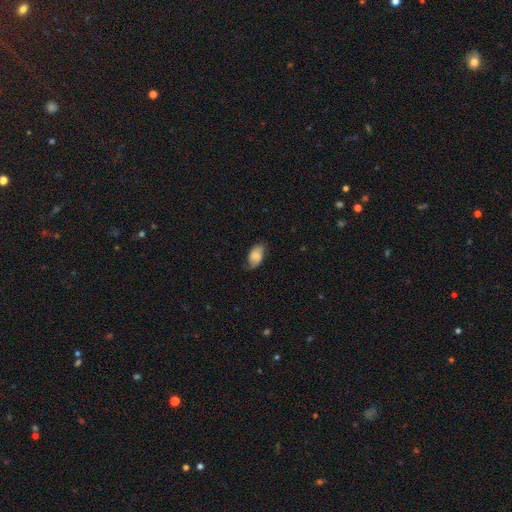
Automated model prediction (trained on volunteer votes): Overall: smooth (62%; featured or disk 30%). How rounded: in between (92%). Merging: none (68%).